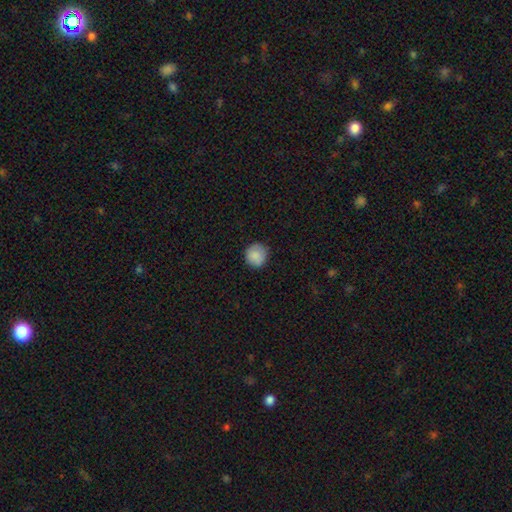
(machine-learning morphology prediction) Smooth or featured? smooth (87%)
How rounded? round (91%)
Merging? none (86%)